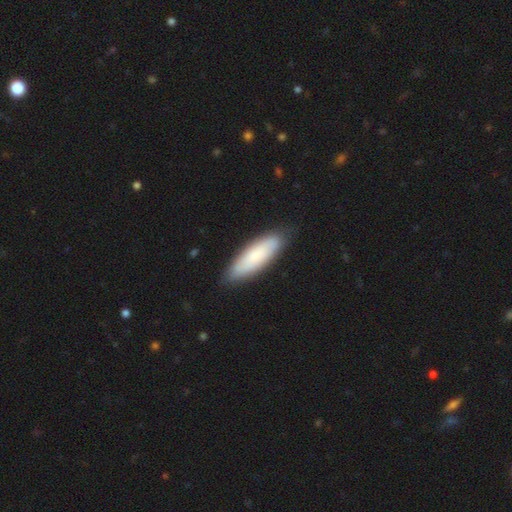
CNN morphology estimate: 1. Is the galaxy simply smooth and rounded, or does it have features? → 74% smooth, 20% featured or disk, 6% star or artifact.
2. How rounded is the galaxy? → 52% in between, 46% cigar-shaped, 2% round.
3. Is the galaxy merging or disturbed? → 83% none, 13% minor disturbance, 2% major disturbance, 1% merger.